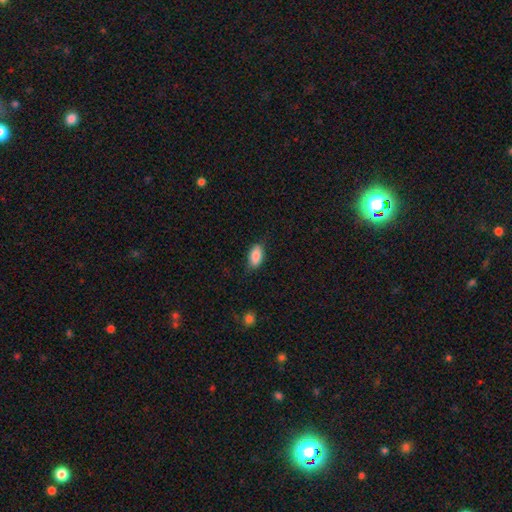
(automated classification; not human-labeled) Overall: smooth (87%). How rounded: in between (92%). Merging: none (81%).